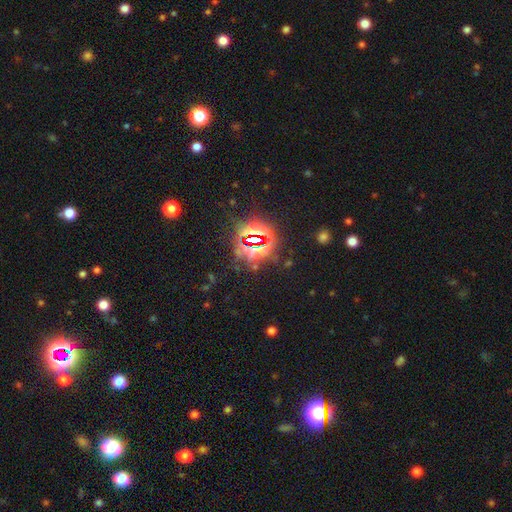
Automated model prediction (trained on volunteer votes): Smooth or featured?
  - star or artifact: 83% *
  - smooth: 10%
  - featured or disk: 7%